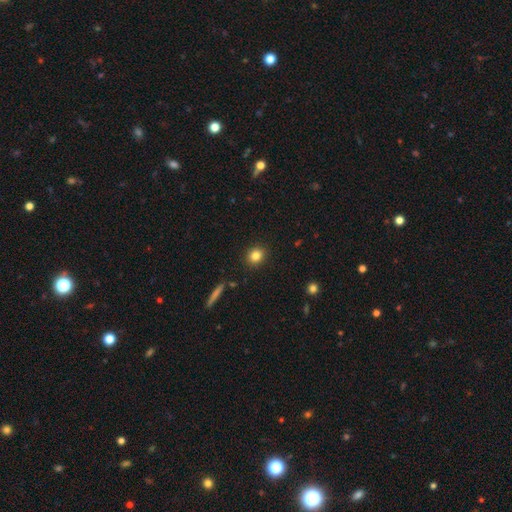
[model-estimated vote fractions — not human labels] This appears to be a smooth galaxy with no disk features (83%) that is round (79%). Merging: none (91%).